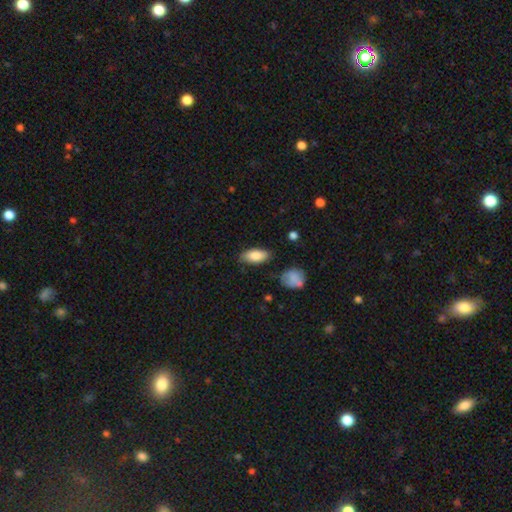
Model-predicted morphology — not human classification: type=smooth (84%); roundness=in between (87%); merging=none (83%).